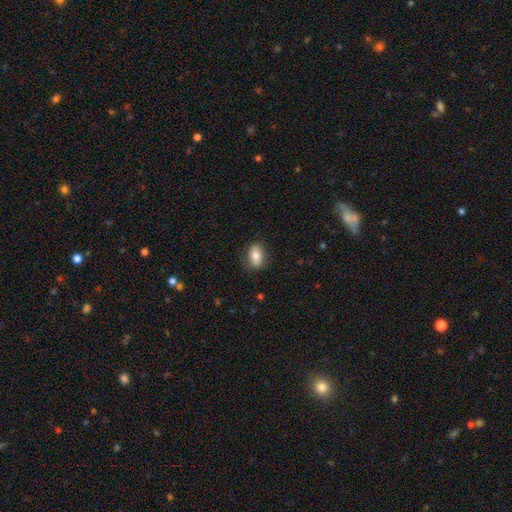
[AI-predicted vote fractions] Morphology: type=smooth (77%); roundness=in between (86%); merging=none (78%).